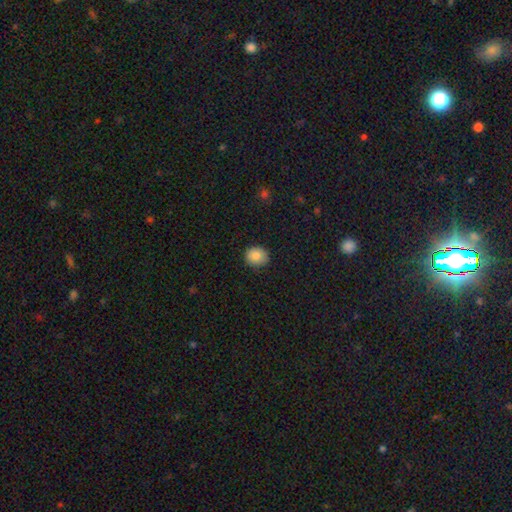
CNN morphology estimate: A smooth galaxy with no disk features (85%) that is round (79%). Merging: none (86%).